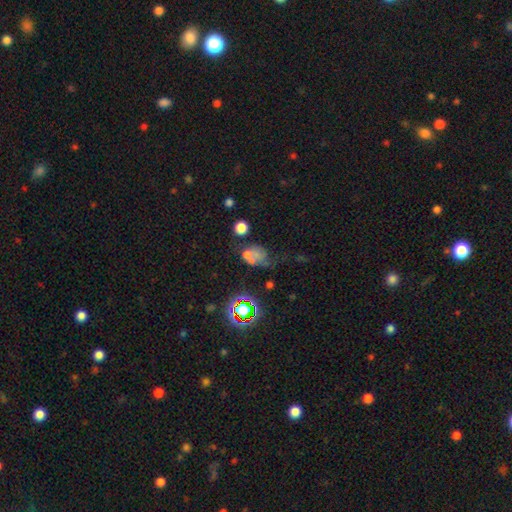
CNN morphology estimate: The model was most divided on "how rounded": in between: 52%, round: 46%, cigar-shaped: 2%. Remaining: smooth or featured — smooth (52%); merging — merger (33%).